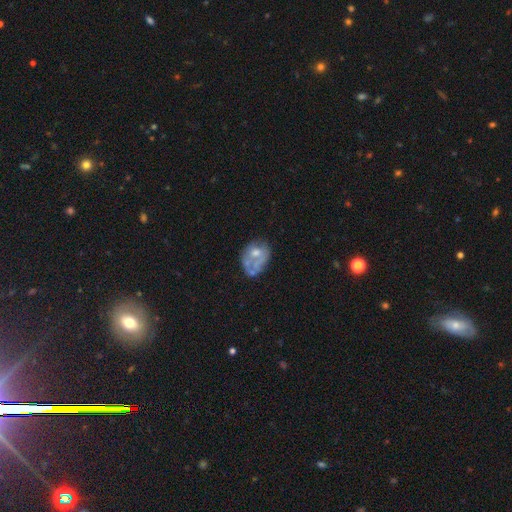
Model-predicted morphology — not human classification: smooth-or-featured: featured or disk: 52% | smooth: 40% | star or artifact: 8%
  disk-edge-on: no: 97% | yes: 3%
    bar: no: 87% | weak: 11% | strong: 2%
    has-spiral-arms: no: 83% | yes: 17%
    bulge-size: moderate: 53% | small: 21% | none: 18% | large: 6% | dominant: 1%
  merging: none: 36% | minor disturbance: 26% | major disturbance: 25% | merger: 13%